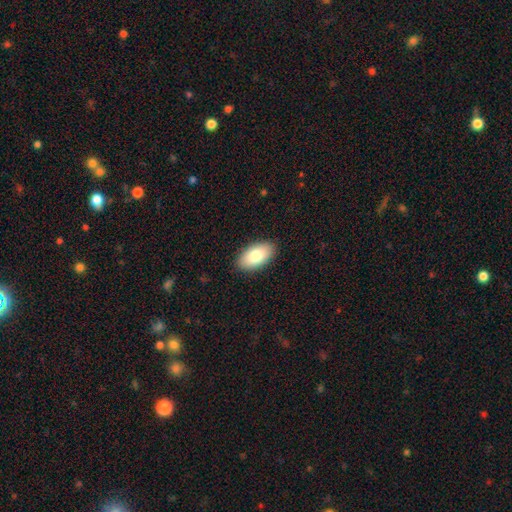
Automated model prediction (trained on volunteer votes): A smooth galaxy with no disk features (81%) that is in between round and cigar-shaped (95%).

Vote fractions:
- Smooth or featured? smooth: 81% / featured or disk: 12% / star or artifact: 6%
- How rounded? in between: 95% / round: 3% / cigar-shaped: 2%
- Merging? none: 89% / minor disturbance: 8% / major disturbance: 2% / merger: 1%